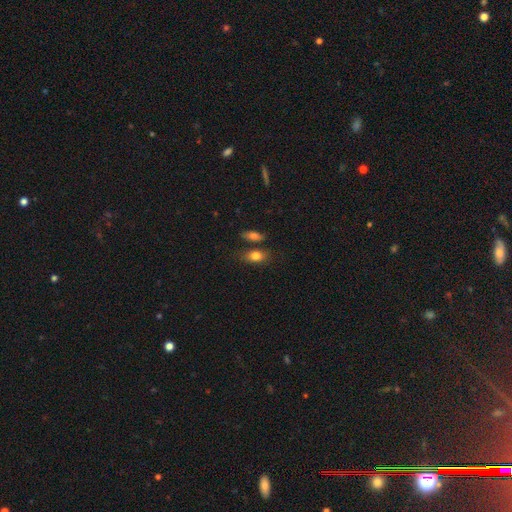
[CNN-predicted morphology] type=smooth (80%); roundness=in between (82%); merging=none (65%).